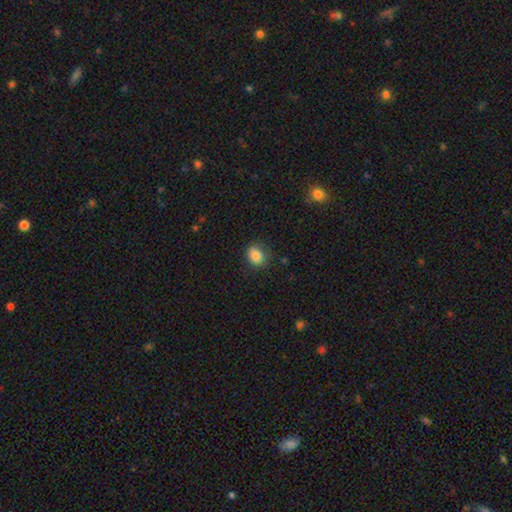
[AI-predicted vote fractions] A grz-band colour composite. It shows a smooth galaxy with no disk features (84%) that is round (50%). Merging: none (80%).